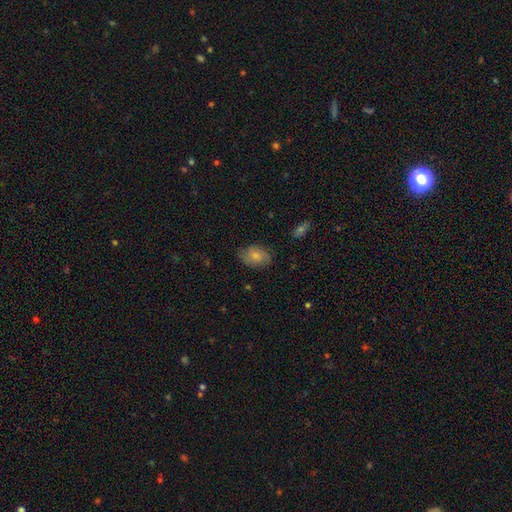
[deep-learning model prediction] Smooth or featured? smooth (70%)
How rounded? in between (77%)
Merging? none (73%)